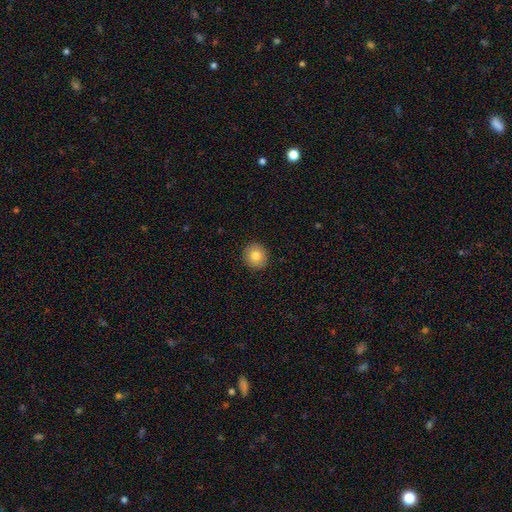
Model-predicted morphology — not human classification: smooth_or_featured: smooth (p=0.81) [alt: featured or disk p=0.10]
how_rounded: round (p=0.88) [alt: in between p=0.11]
merging: none (p=0.92) [alt: minor disturbance p=0.06]